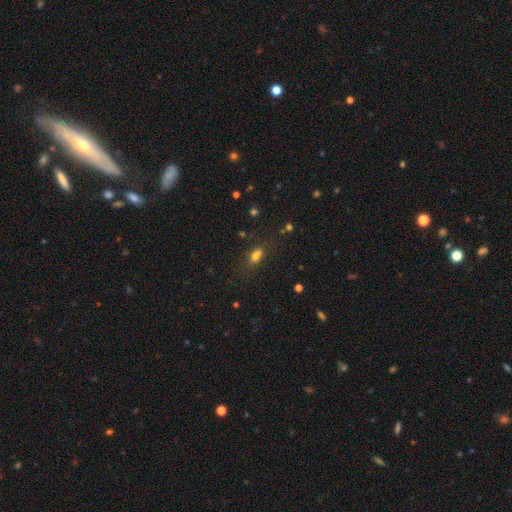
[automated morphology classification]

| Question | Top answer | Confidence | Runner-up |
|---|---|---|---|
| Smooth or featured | smooth | 71% | star or artifact (18%) |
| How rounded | in between | 68% | round (26%) |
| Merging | none | 54% | merger (22%) |